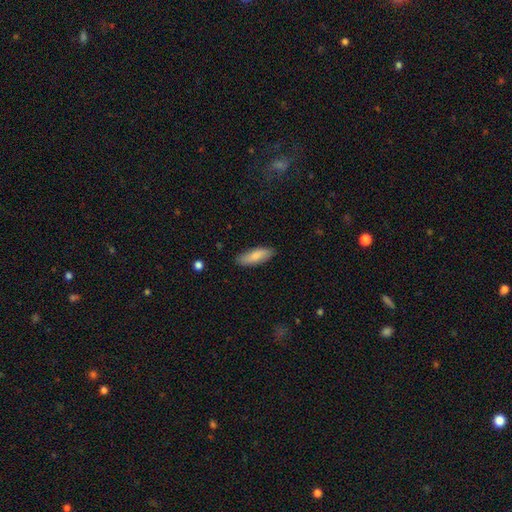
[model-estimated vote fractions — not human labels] Morphology: type=smooth (82%); roundness=in between (58%); merging=none (86%).